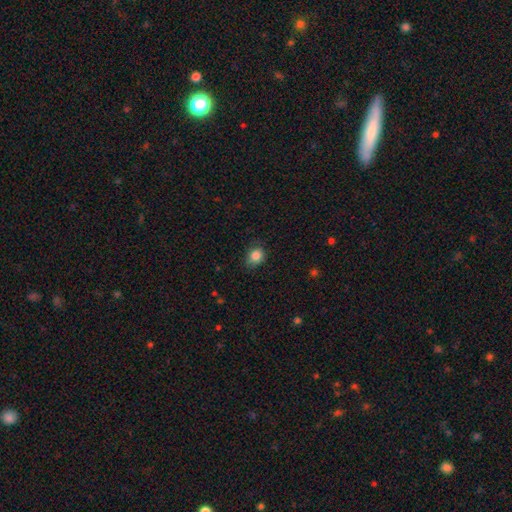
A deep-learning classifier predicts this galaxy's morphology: Overall: smooth (85%). How rounded: round (62%; in between 37%). Merging: none (75%).